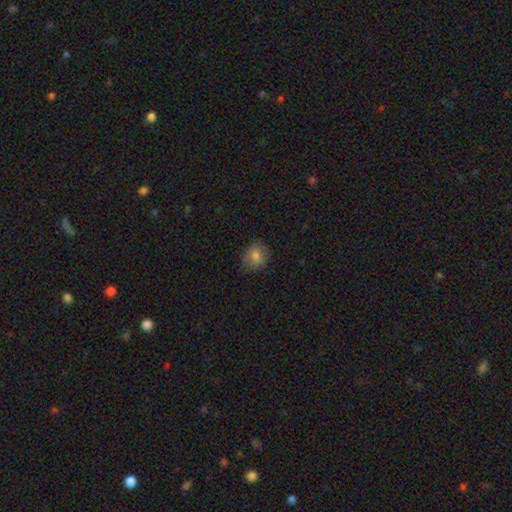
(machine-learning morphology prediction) Smooth or featured: smooth — 76% (featured or disk — 14%)
How rounded: round — 71% (in between — 28%)
Merging: none — 80% (minor disturbance — 15%)